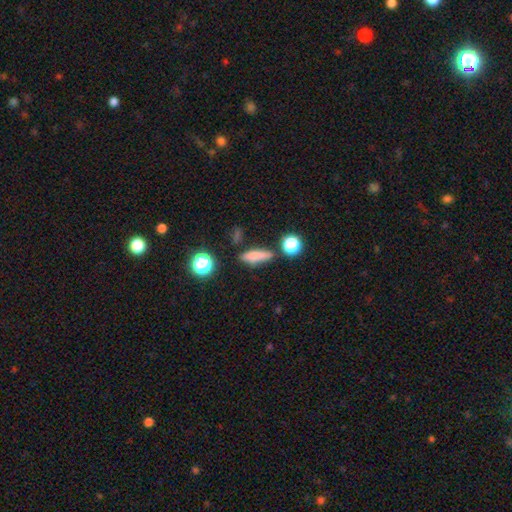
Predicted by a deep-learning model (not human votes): A smooth galaxy with no disk features (75%) that is cigar-shaped (62%). Merging: none (76%).